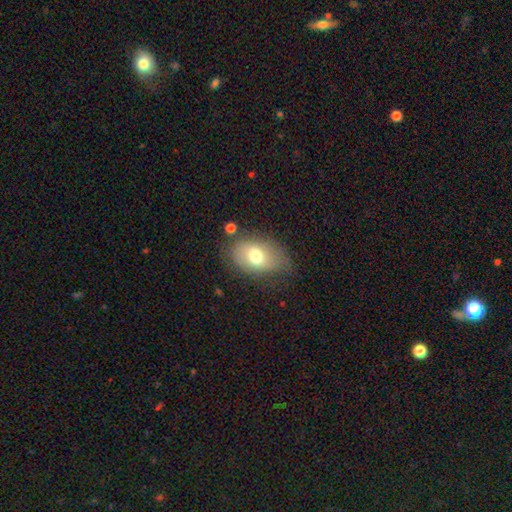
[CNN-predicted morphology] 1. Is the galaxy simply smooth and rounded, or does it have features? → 68% smooth, 23% featured or disk, 8% star or artifact.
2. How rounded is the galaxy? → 83% in between, 15% round, 1% cigar-shaped.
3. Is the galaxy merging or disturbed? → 60% none, 26% minor disturbance, 11% major disturbance, 4% merger.